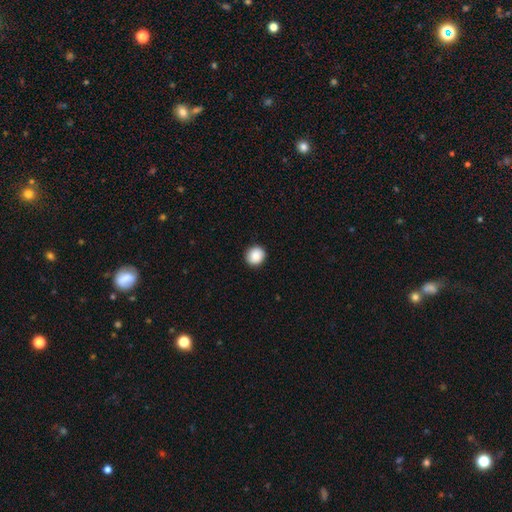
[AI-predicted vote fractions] A smooth galaxy with no disk features (88%) that is round (88%). Merging: none (91%).